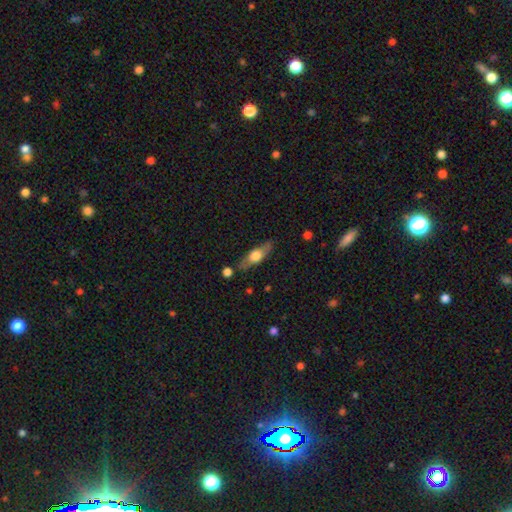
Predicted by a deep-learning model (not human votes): A smooth galaxy with no disk features (48%). Merging: none (79%).